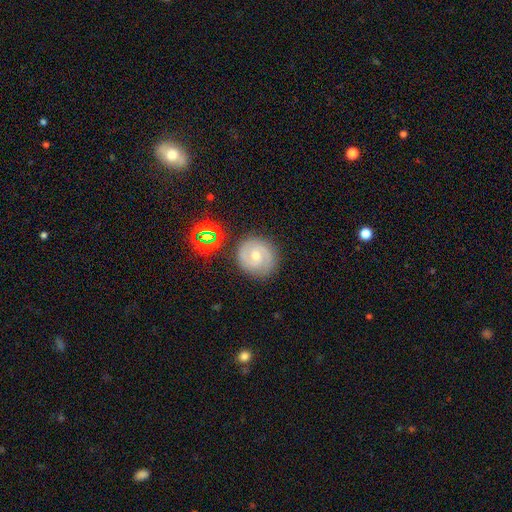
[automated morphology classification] Smooth or featured? Predicted: featured or disk (p=0.76). Edge-on disk? Predicted: no (p=0.98). Bar? Predicted: no (p=0.61). Spiral arms? Predicted: yes (p=0.94). Spiral winding? Predicted: tight (p=0.60). Spiral arm count? Predicted: 2 (p=0.81). Bulge size? Predicted: moderate (p=0.50). Merging? Predicted: none (p=0.84).